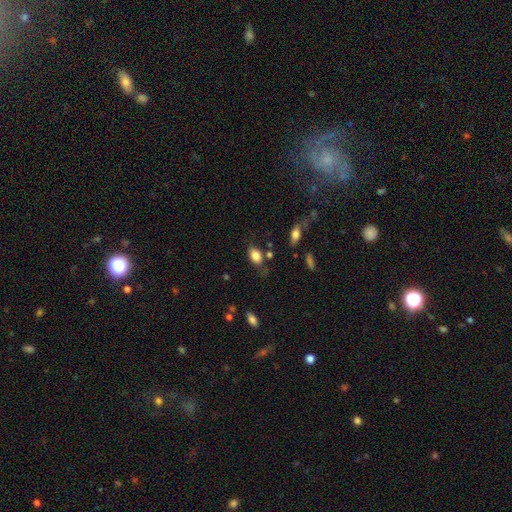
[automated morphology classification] smooth_or_featured: smooth (p=0.83) [alt: featured or disk p=0.09]
how_rounded: in between (p=0.87) [alt: round p=0.11]
merging: none (p=0.68) [alt: minor disturbance p=0.20]